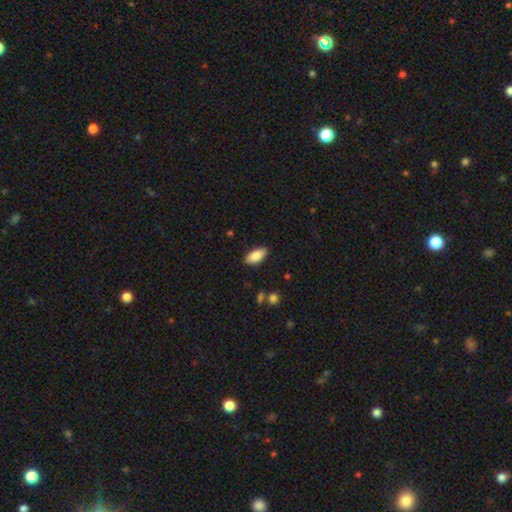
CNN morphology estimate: This is clearly a smooth galaxy (83%). How rounded: clearly in between (88%). Merging: clearly none (87%).